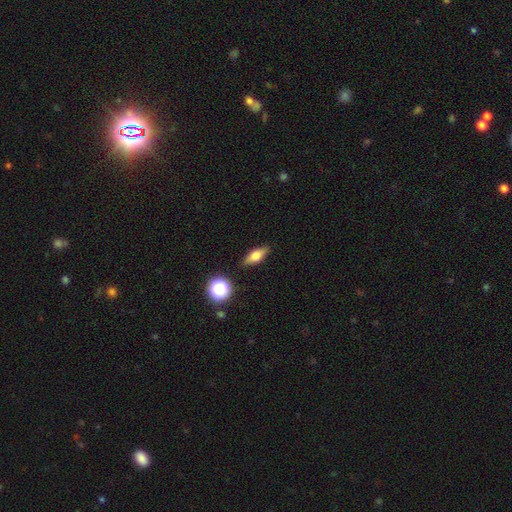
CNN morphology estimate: A smooth galaxy with no disk features (60%) that is in between round and cigar-shaped (63%).

Vote fractions:
- Smooth or featured? smooth: 60% / featured or disk: 30% / star or artifact: 10%
- How rounded? in between: 63% / cigar-shaped: 29% / round: 8%
- Merging? none: 87% / minor disturbance: 9% / major disturbance: 2% / merger: 2%